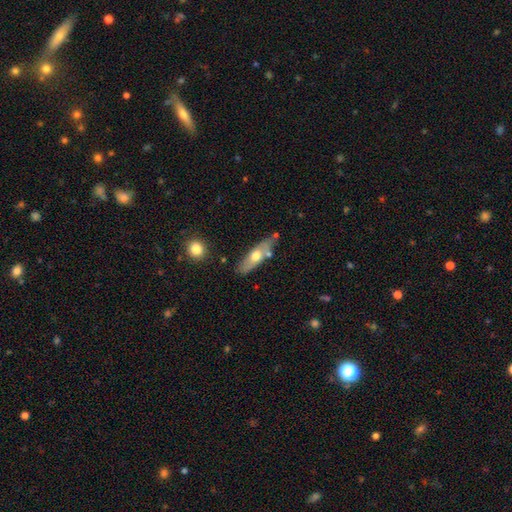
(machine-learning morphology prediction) The model was most divided on "how rounded": cigar-shaped: 50%, in between: 47%, round: 3%. More confident: merging — none (67%); smooth or featured — smooth (51%).